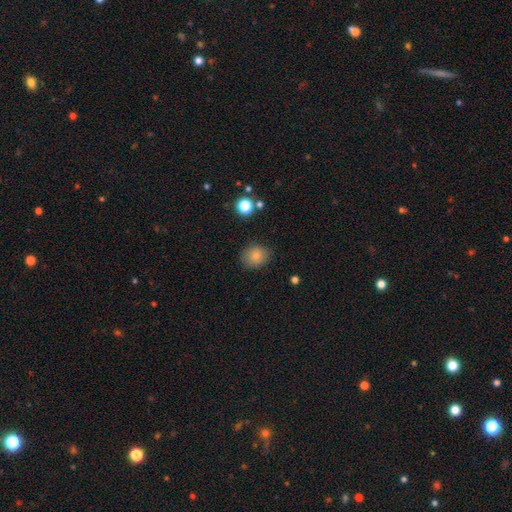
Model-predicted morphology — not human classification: Smooth or featured? smooth (82%)
How rounded? round (67%)
Merging? none (83%)